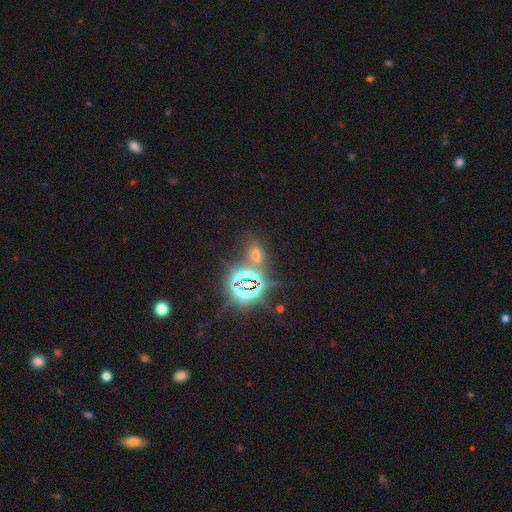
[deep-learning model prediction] A star or artifact, not a galaxy (65%).

Vote fractions:
- Smooth or featured? star or artifact: 65% / smooth: 26% / featured or disk: 9%